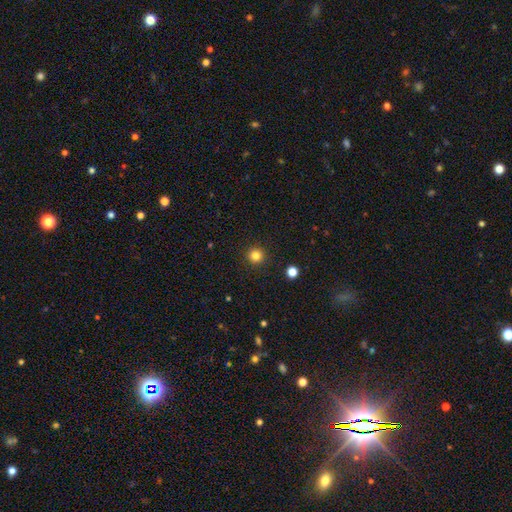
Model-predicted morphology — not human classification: A smooth galaxy with no disk features (82%) that is round (96%).

Vote fractions:
- Smooth or featured? smooth: 82% / star or artifact: 13% / featured or disk: 5%
- How rounded? round: 96% / in between: 3% / cigar-shaped: 1%
- Merging? none: 93% / minor disturbance: 4% / major disturbance: 2% / merger: 1%